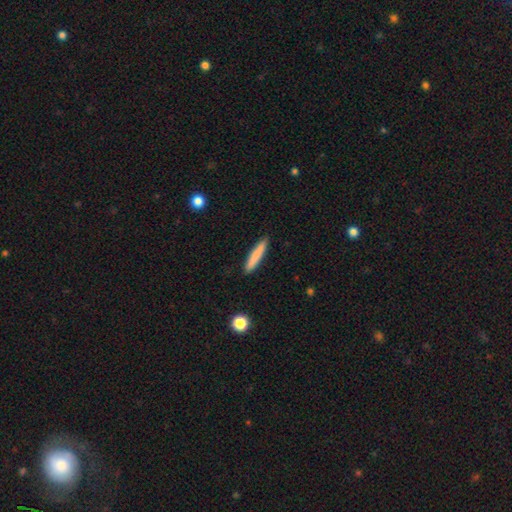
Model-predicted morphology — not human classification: Smooth or featured? smooth (80%)
How rounded? cigar-shaped (92%)
Merging? none (89%)